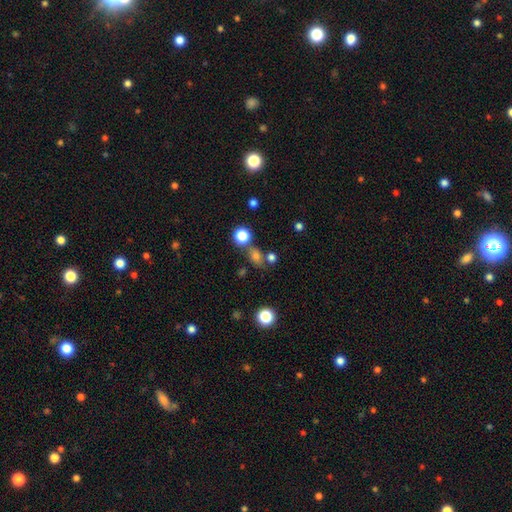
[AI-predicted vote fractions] smooth 69%, star or artifact 21%, featured or disk 10%. Down the decision tree: how rounded — round (50%); merging — none (61%).